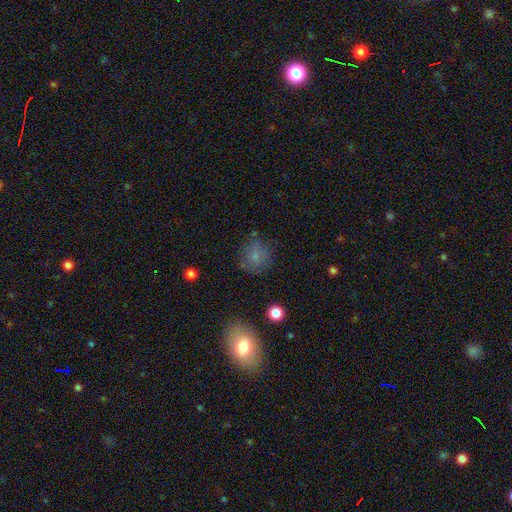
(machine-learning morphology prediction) Smooth or featured: smooth — 77% (star or artifact — 13%)
How rounded: round — 86% (in between — 13%)
Merging: none — 75% (minor disturbance — 16%)